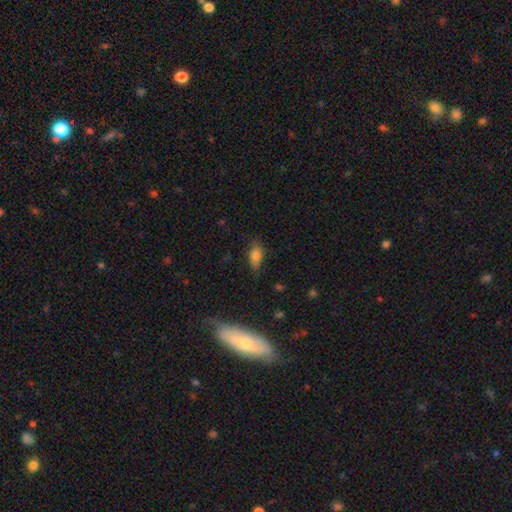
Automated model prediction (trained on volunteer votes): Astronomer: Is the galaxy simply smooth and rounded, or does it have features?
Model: smooth — 78%.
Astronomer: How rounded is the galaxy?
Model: in between — 83%.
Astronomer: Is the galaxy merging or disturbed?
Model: none — 66%.